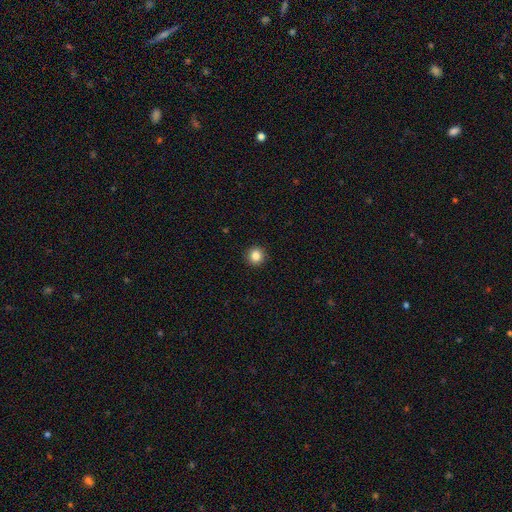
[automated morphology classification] type=smooth (85%); roundness=round (95%); merging=none (93%).